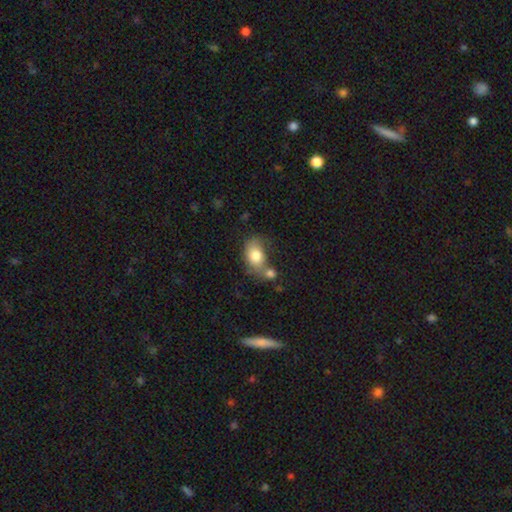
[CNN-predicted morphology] A smooth galaxy with no disk features (79%) that is in between round and cigar-shaped (76%). Merging: merger (42%).